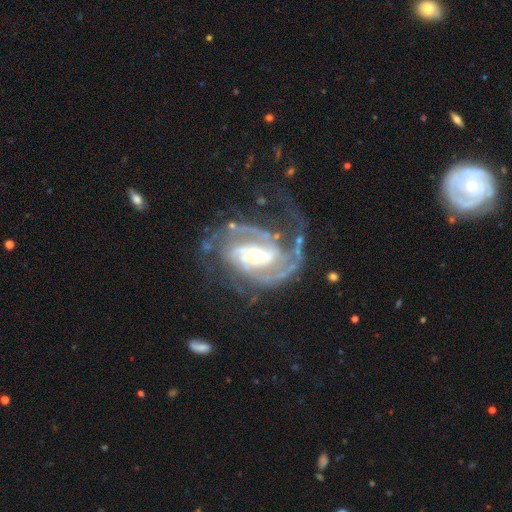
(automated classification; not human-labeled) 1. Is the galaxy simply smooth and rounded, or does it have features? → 92% featured or disk, 4% star or artifact, 3% smooth.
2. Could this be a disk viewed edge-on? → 97% no, 3% yes.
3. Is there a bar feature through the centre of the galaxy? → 39% weak, 32% no, 29% strong.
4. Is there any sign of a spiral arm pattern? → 98% yes, 2% no.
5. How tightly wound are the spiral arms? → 45% medium, 43% tight, 13% loose.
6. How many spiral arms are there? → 53% 2, 20% 3, 11% can't tell, 6% 4, 5% 1, 5% more than 4.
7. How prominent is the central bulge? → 51% small, 43% moderate, 4% large, 1% none, 1% dominant.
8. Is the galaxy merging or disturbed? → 52% none, 26% major disturbance, 19% minor disturbance, 3% merger.